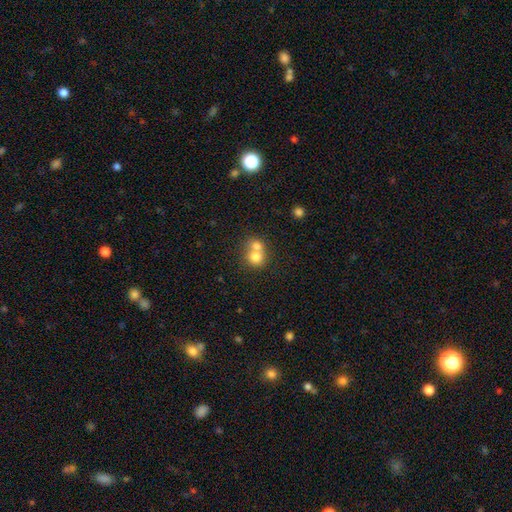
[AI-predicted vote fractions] smooth-or-featured: smooth: 75% | featured or disk: 15% | star or artifact: 10%
  how-rounded: round: 80% | in between: 19% | cigar-shaped: 1%
  merging: merger: 66% | none: 28% | minor disturbance: 5% | major disturbance: 2%